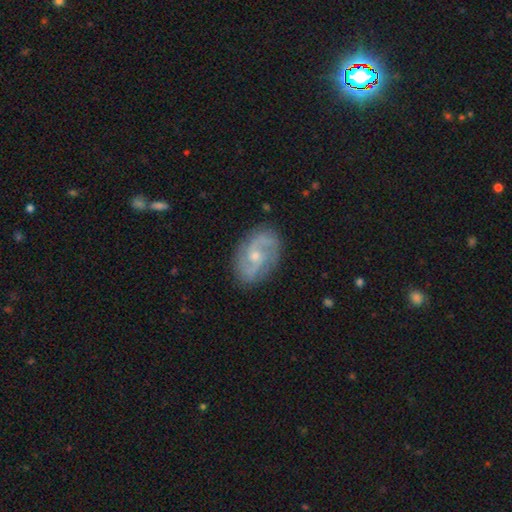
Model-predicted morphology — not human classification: This is clearly a featured or disk galaxy (85%). It is clearly not viewed edge-on (97%). Bar: possibly no (51%). Spiral arm pattern: clearly yes (96%). Spiral arm count: clearly 2 (86%). Spiral winding: possibly medium (51%). Central bulge: possibly small (48%, tied with moderate). Merging: clearly none (82%).